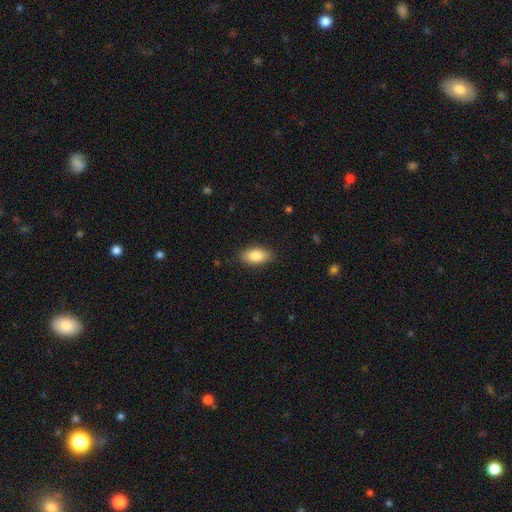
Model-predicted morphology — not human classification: Q: Smooth or featured?
A: smooth (85%); runner-up: featured or disk (8%)
Q: How rounded?
A: in between (90%); runner-up: cigar-shaped (6%)
Q: Merging?
A: none (87%); runner-up: minor disturbance (10%)